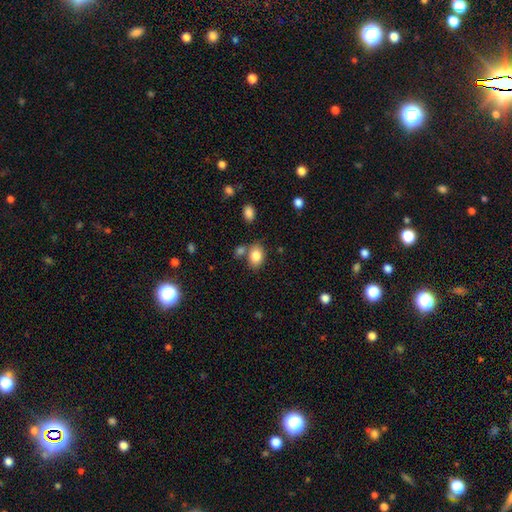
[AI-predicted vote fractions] Q: Smooth or featured?
A: smooth (84%); runner-up: star or artifact (9%)
Q: How rounded?
A: in between (71%); runner-up: round (28%)
Q: Merging?
A: none (65%); runner-up: merger (17%)